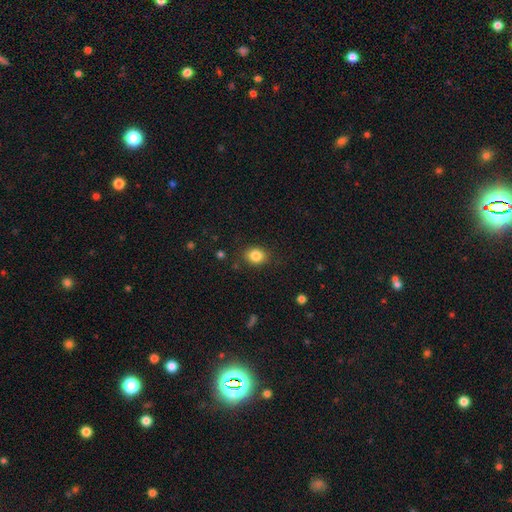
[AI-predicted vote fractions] This is clearly a smooth galaxy (85%). How rounded: possibly round (52%). Merging: clearly none (85%).